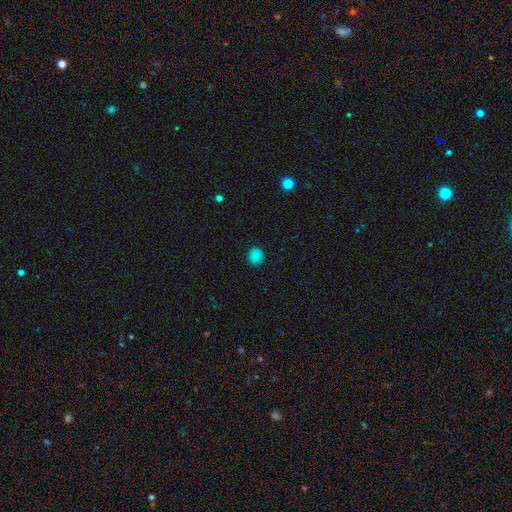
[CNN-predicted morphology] smooth 84%, star or artifact 13%, featured or disk 3%. Down the decision tree: how rounded — round (87%); merging — none (90%).